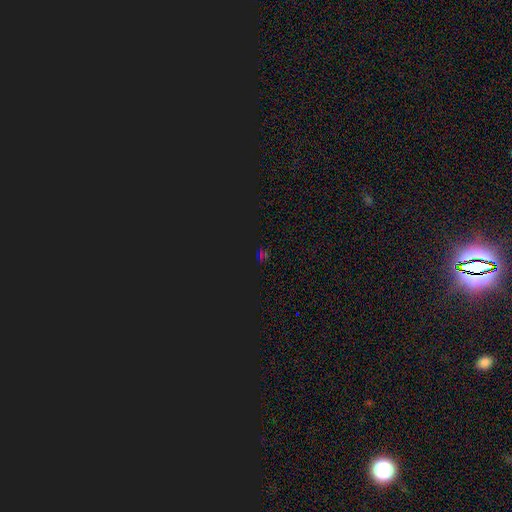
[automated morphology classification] This appears to be a star or artifact, not a galaxy (76%).